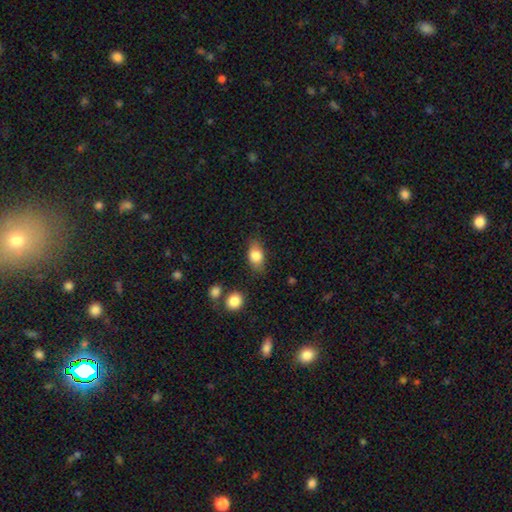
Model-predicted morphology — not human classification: smooth 82%, featured or disk 10%, star or artifact 8%. Down the decision tree: how rounded — in between (83%); merging — none (77%).